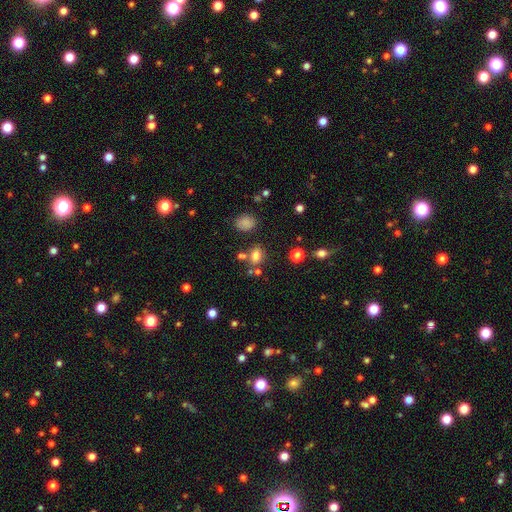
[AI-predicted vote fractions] smooth 75%, star or artifact 16%, featured or disk 9%. Down the decision tree: how rounded — in between (65%); merging — none (65%).